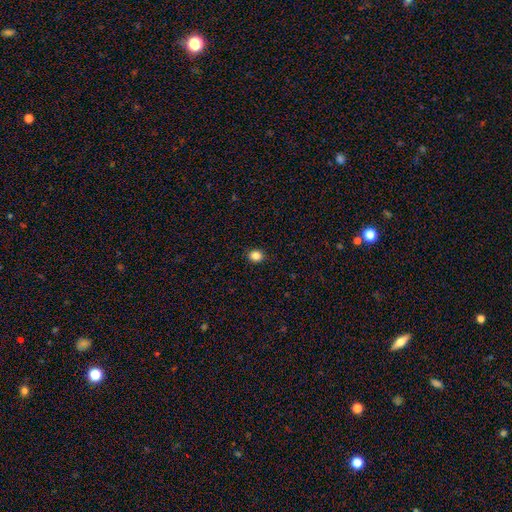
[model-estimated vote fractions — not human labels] Smooth or featured? Predicted: smooth (p=0.84). How rounded? Predicted: round (p=0.68). Merging? Predicted: none (p=0.91).